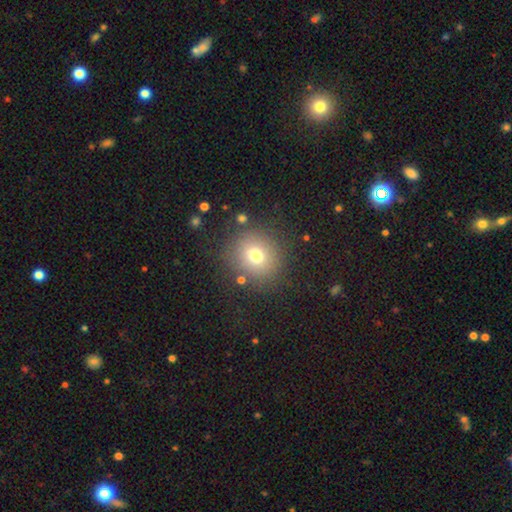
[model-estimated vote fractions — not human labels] The model was most divided on "smooth or featured": smooth: 70%, star or artifact: 16%, featured or disk: 14%. More confident: how rounded — round (85%); merging — none (82%).